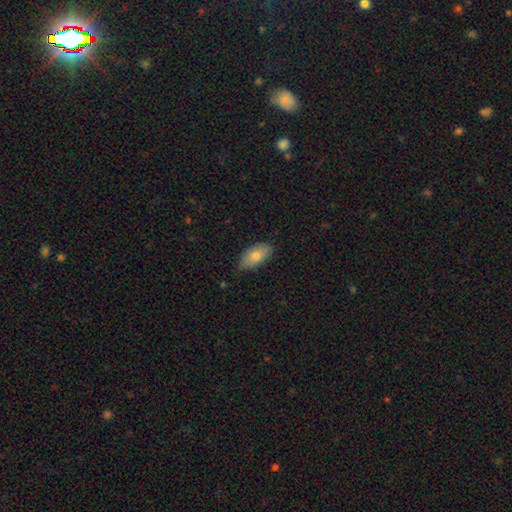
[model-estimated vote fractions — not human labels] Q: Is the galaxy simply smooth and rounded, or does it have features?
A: smooth — 79%.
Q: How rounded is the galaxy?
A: in between — 90%.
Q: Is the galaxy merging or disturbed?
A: none — 76%.